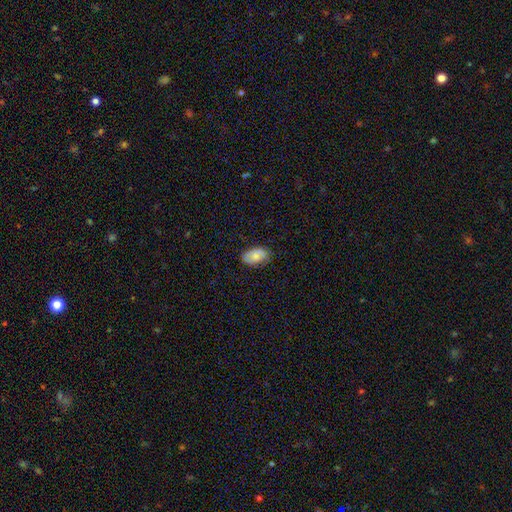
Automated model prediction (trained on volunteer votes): Q: Smooth or featured?
A: smooth (67%); runner-up: featured or disk (26%)
Q: How rounded?
A: in between (92%); runner-up: round (7%)
Q: Merging?
A: none (71%); runner-up: minor disturbance (23%)